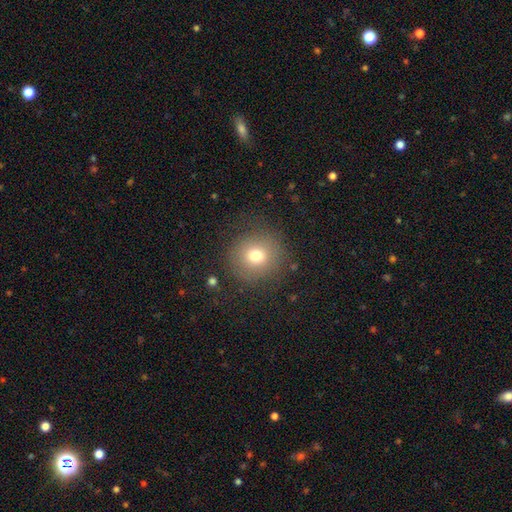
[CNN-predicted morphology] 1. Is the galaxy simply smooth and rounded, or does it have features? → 72% smooth, 14% star or artifact, 13% featured or disk.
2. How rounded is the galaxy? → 92% round, 7% in between, 1% cigar-shaped.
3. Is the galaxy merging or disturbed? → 81% none, 11% minor disturbance, 6% major disturbance, 1% merger.